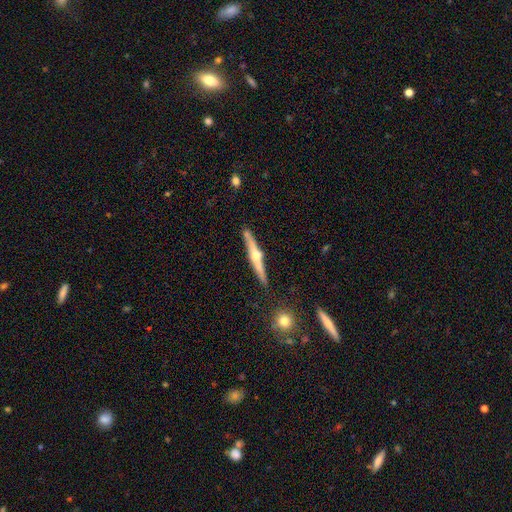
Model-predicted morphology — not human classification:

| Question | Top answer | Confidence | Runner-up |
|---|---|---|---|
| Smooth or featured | featured or disk | 74% | smooth (20%) |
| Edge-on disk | yes | 98% | no (2%) |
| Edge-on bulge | rounded | 93% | none (4%) |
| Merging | none | 87% | minor disturbance (9%) |